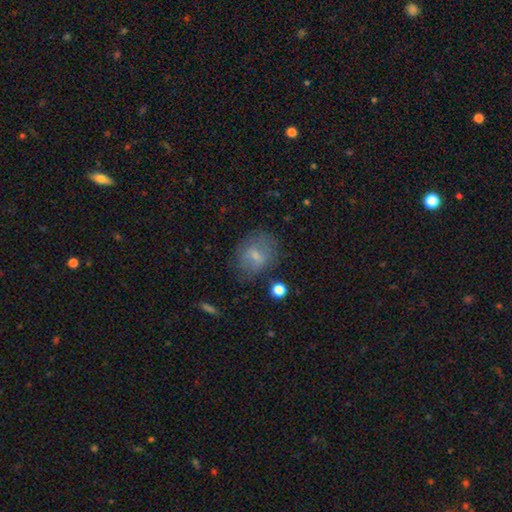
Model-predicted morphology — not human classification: type=smooth (62%); roundness=in between (55%); merging=none (71%).